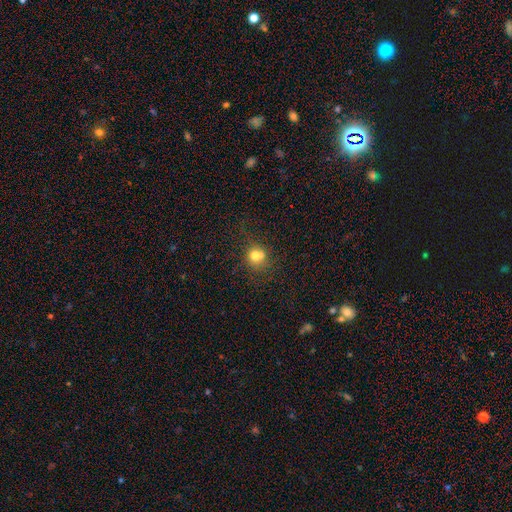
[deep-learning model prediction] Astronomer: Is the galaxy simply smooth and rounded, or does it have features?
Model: smooth — 72%.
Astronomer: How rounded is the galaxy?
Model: round — 81%.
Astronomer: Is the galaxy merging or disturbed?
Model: none — 51% (runner-up: merger, 29%).